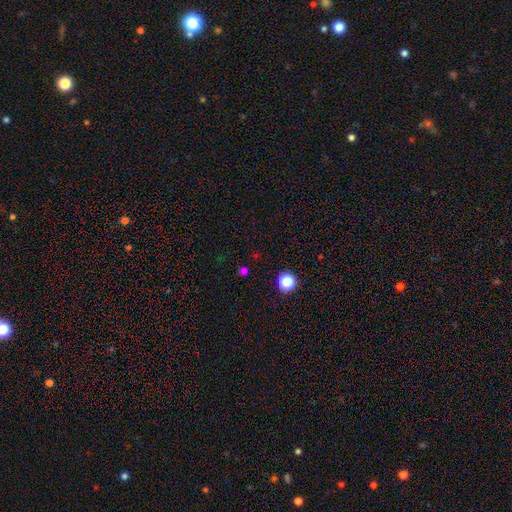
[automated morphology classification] Smooth or featured? Predicted: smooth (p=0.48). Merging? Predicted: none (p=0.85).